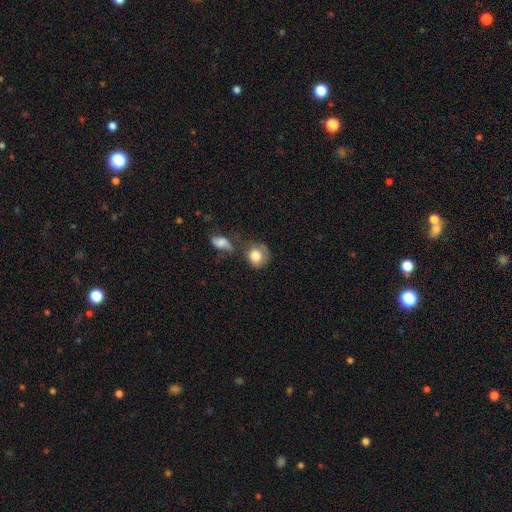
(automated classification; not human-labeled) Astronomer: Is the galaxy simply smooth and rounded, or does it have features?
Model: smooth — 77%.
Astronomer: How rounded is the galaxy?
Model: round — 74%.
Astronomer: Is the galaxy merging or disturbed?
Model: none — 41% (runner-up: minor disturbance, 23%).